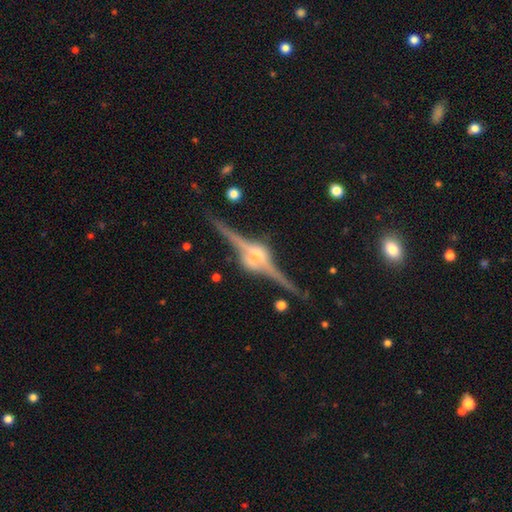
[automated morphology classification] featured or disk 91%, star or artifact 5%, smooth 4%. Down the decision tree: edge-on disk — yes (98%); edge-on bulge — rounded (90%); merging — none (85%).